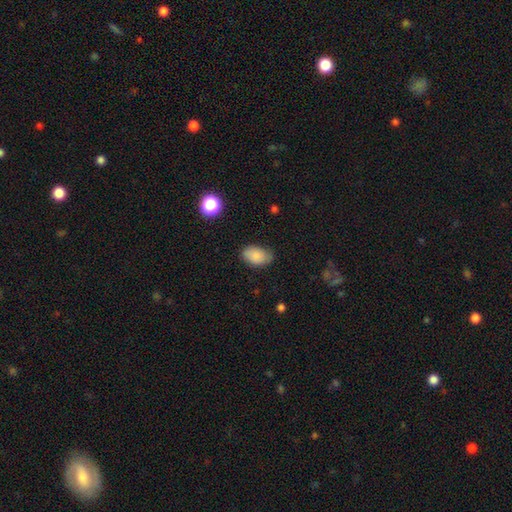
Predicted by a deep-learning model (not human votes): A smooth galaxy with no disk features (85%) that is in between round and cigar-shaped (89%). Merging: none (73%).